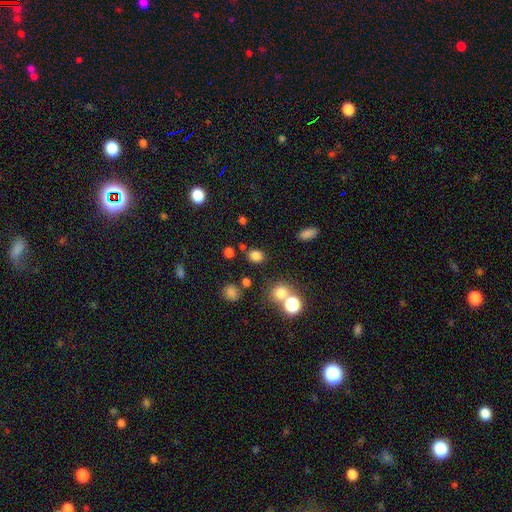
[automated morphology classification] Smooth or featured? smooth (78%)
How rounded? round (50%)
Merging? none (75%)